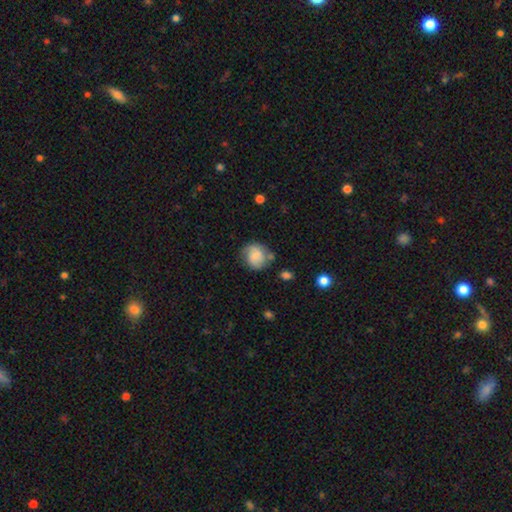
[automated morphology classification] Overall: smooth (66%; featured or disk 26%). How rounded: round (79%). Merging: none (59%; minor disturbance 25%).